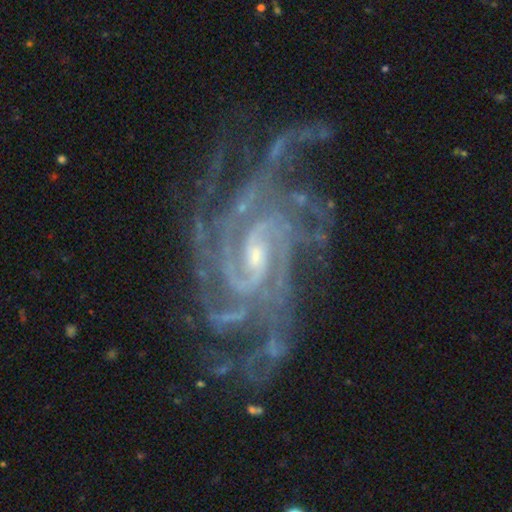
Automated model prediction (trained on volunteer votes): Smooth or featured: featured or disk — 92% (star or artifact — 5%)
Edge-on disk: no — 98% (yes — 2%)
Bar: weak — 43% (no — 35%)
Spiral arms: yes — 98% (no — 2%)
Spiral winding: tight — 55% (medium — 37%)
Spiral arm count: 2 — 23% (3 — 19%)
Bulge size: small — 69% (moderate — 25%)
Merging: none — 54% (major disturbance — 21%)